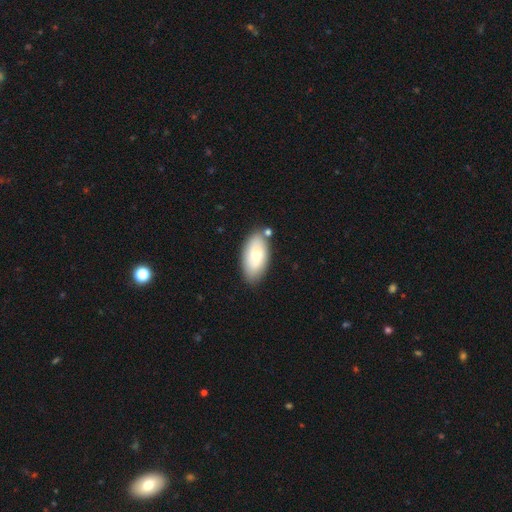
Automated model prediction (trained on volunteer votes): This appears to be a smooth galaxy with no disk features (75%) that is in between round and cigar-shaped (93%). Merging: none (77%).